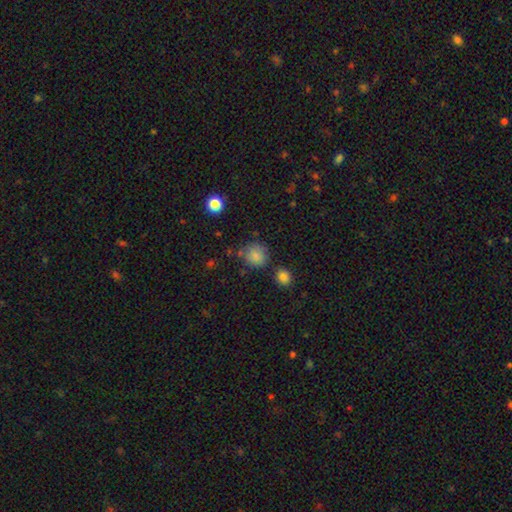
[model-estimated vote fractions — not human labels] This appears to be a smooth galaxy with no disk features (82%) that is round (84%). Merging: none (72%).